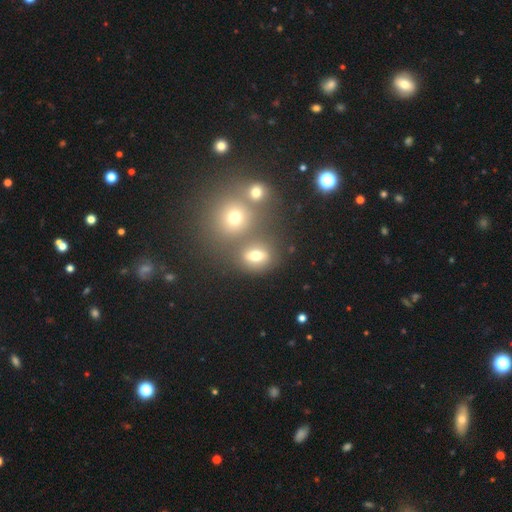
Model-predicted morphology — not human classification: This appears to be a smooth galaxy with no disk features (68%) that is in between round and cigar-shaped (50%). Merging: none (58%).